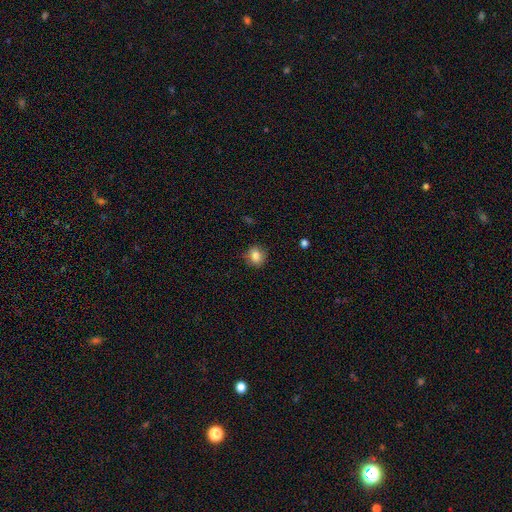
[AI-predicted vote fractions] This is clearly a smooth galaxy (83%). How rounded: likely round (79%). Merging: clearly none (86%).